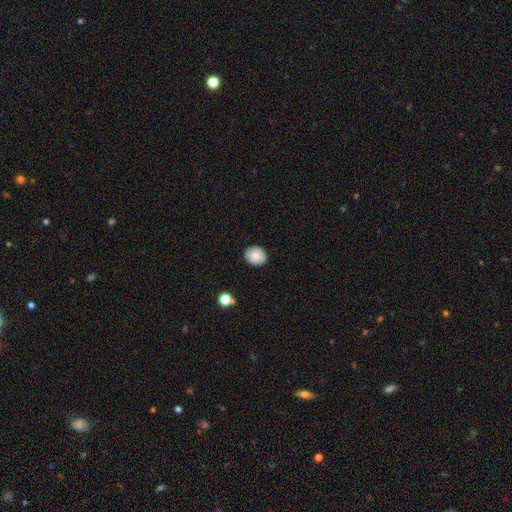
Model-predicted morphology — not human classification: The model was most divided on "how rounded": round: 60%, in between: 39%, cigar-shaped: 1%. More confident: merging — none (86%); smooth or featured — smooth (85%).